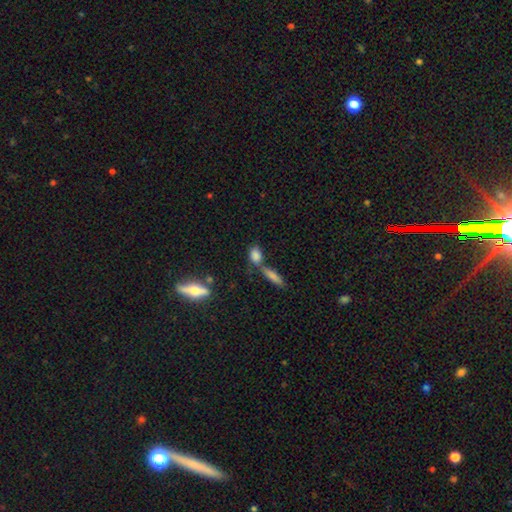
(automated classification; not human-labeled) Smooth or featured: smooth — 79% (featured or disk — 11%)
How rounded: in between — 70% (round — 16%)
Merging: none — 46% (merger — 38%)